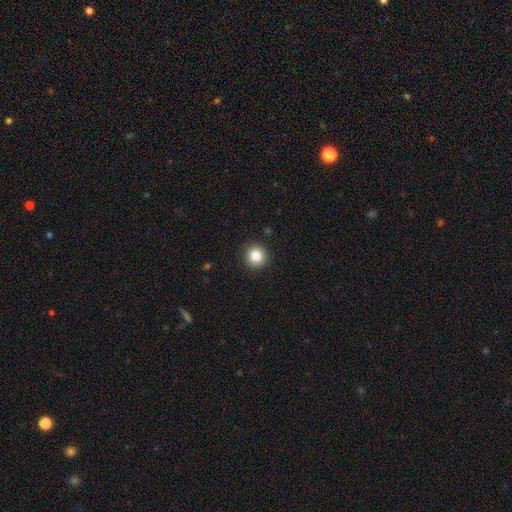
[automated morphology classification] The model was most divided on "smooth or featured": smooth: 85%, star or artifact: 10%, featured or disk: 5%. More confident: how rounded — round (94%); merging — none (91%).